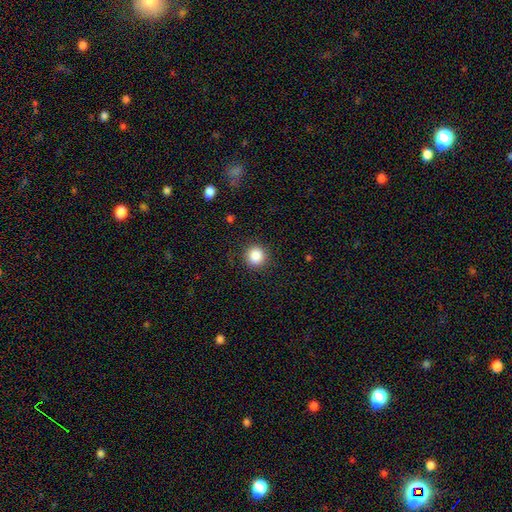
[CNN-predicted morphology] Smooth or featured? Predicted: smooth (p=0.86). How rounded? Predicted: round (p=0.93). Merging? Predicted: none (p=0.90).